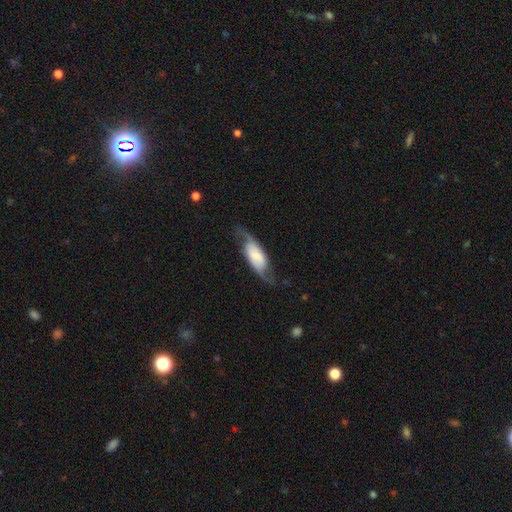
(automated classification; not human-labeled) Smooth or featured: featured or disk — 65% (smooth — 28%)
Edge-on disk: no — 86% (yes — 14%)
Bar: no — 43% (weak — 35%)
Spiral arms: yes — 89% (no — 11%)
Bulge size: small — 35% (none — 21%)
Merging: none — 63% (minor disturbance — 21%)